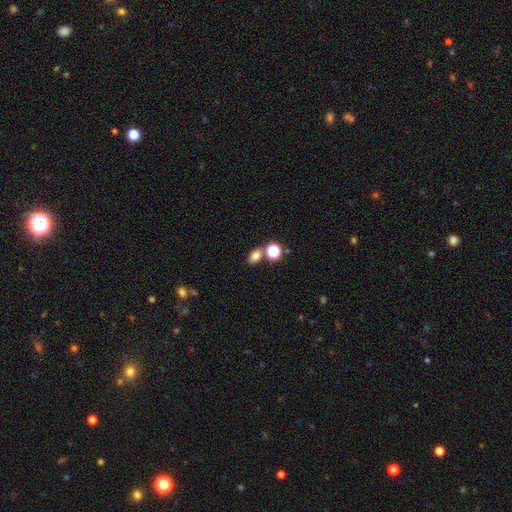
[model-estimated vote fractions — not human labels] Smooth or featured: smooth — 75% (star or artifact — 16%)
How rounded: in between — 70% (round — 28%)
Merging: none — 67% (merger — 19%)